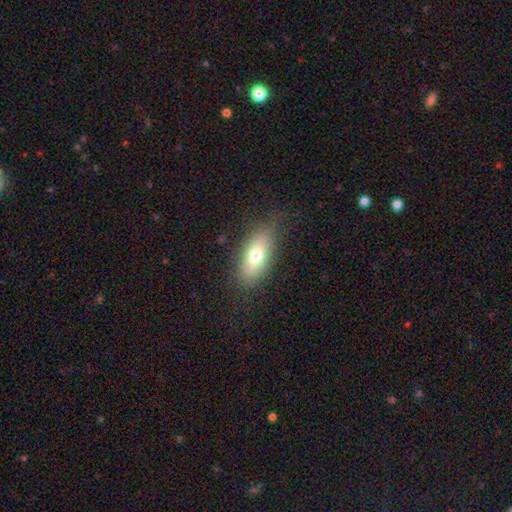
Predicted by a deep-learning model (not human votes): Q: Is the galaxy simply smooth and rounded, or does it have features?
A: smooth — 71%.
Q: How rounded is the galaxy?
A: in between — 79%.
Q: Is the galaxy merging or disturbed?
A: none — 79%.